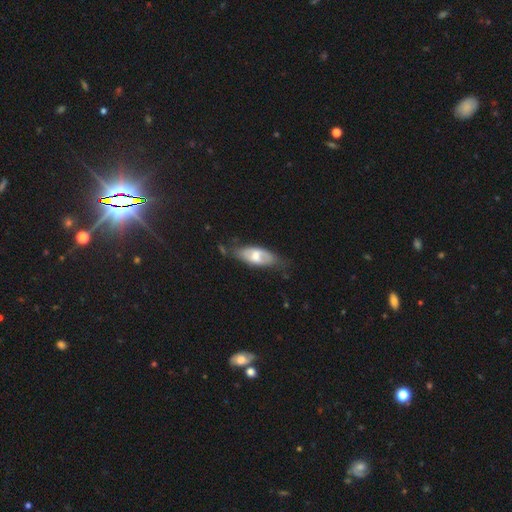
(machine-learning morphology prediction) Smooth or featured: smooth — 48% (featured or disk — 46%)
Merging: none — 58% (minor disturbance — 29%)